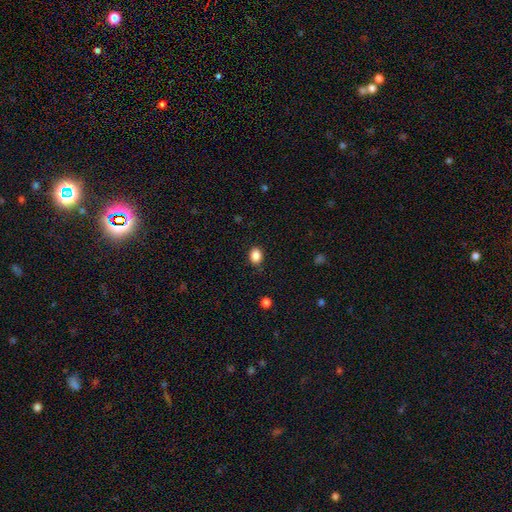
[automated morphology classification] Smooth or featured?
  - smooth: 87% *
  - star or artifact: 9%
  - featured or disk: 3%
How rounded?
  - in between: 60% *
  - round: 39%
  - cigar-shaped: 1%
Merging?
  - none: 86% *
  - minor disturbance: 10%
  - major disturbance: 3%
  - merger: 1%